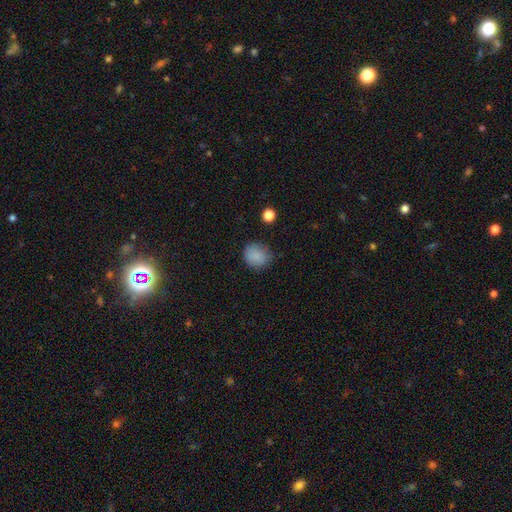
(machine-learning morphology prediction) type=smooth (86%); roundness=round (78%); merging=none (78%).